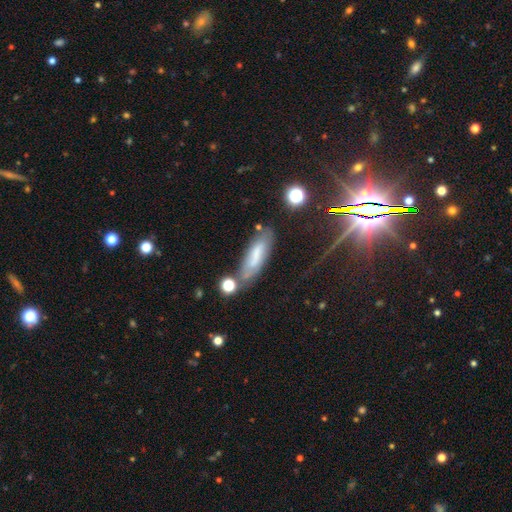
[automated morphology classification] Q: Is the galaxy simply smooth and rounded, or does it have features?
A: smooth — 56%.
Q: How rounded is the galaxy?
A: cigar-shaped — 56%.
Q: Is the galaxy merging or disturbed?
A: none — 62%.